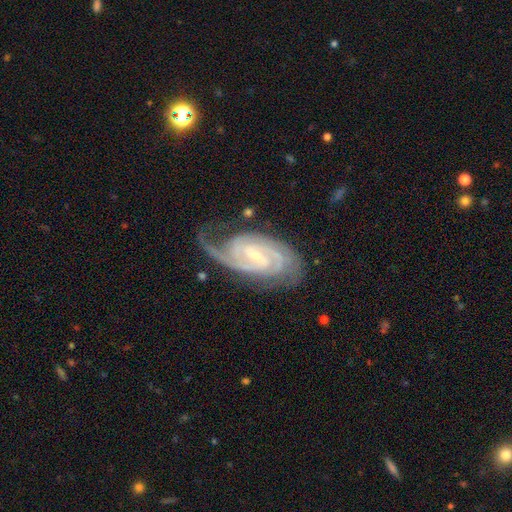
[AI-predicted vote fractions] Q: Smooth or featured?
A: featured or disk (92%); runner-up: star or artifact (4%)
Q: Edge-on disk?
A: no (97%); runner-up: yes (3%)
Q: Bar?
A: weak (50%); runner-up: strong (34%)
Q: Spiral arms?
A: yes (98%); runner-up: no (2%)
Q: Spiral winding?
A: tight (59%); runner-up: medium (35%)
Q: Spiral arm count?
A: 2 (62%); runner-up: 3 (16%)
Q: Bulge size?
A: small (70%); runner-up: moderate (24%)
Q: Merging?
A: none (67%); runner-up: minor disturbance (21%)